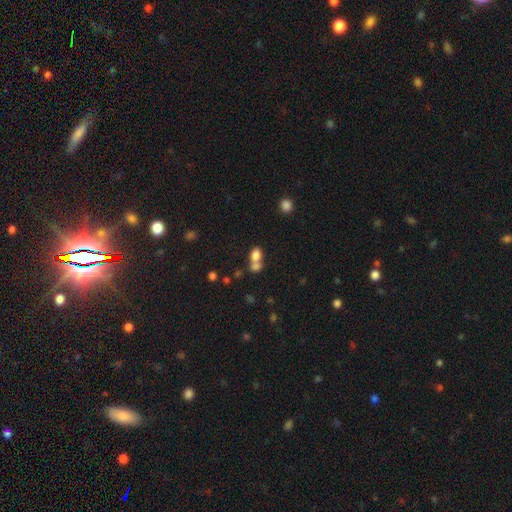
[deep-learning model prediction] Smooth or featured? Predicted: smooth (p=0.78). How rounded? Predicted: in between (p=0.61). Merging? Predicted: merger (p=0.60).